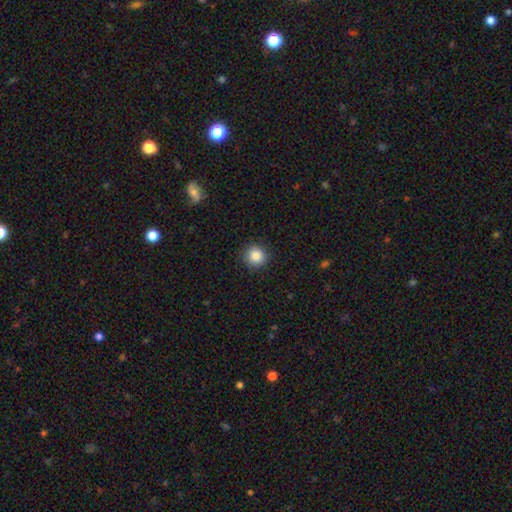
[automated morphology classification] Smooth or featured? Predicted: smooth (p=0.87). How rounded? Predicted: round (p=0.94). Merging? Predicted: none (p=0.91).